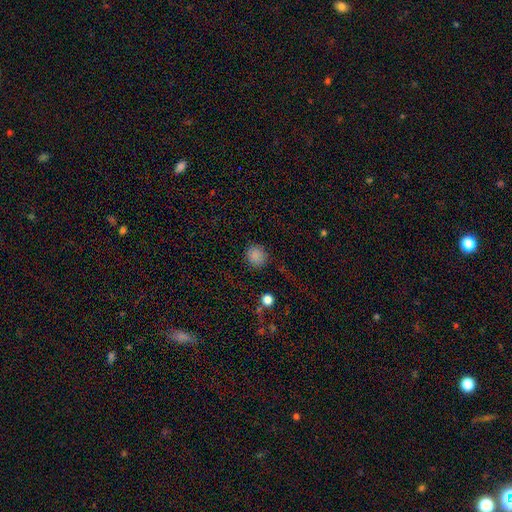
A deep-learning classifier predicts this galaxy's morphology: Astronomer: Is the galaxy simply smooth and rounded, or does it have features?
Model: smooth — 84%.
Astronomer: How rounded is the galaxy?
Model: round — 88%.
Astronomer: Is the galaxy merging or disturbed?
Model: none — 87%.